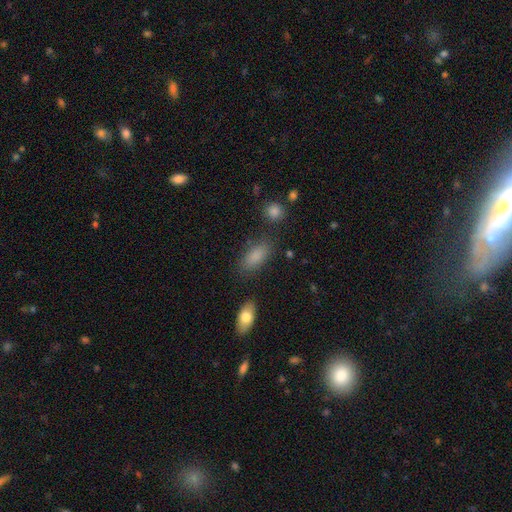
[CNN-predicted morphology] Smooth or featured? Predicted: smooth (p=0.86). How rounded? Predicted: in between (p=0.88). Merging? Predicted: none (p=0.77).